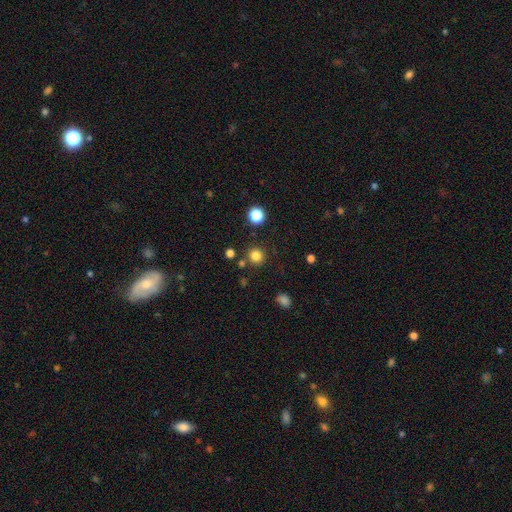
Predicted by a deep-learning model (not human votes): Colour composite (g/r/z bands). It shows a smooth galaxy with no disk features (82%) that is round (92%). Merging: none (85%).